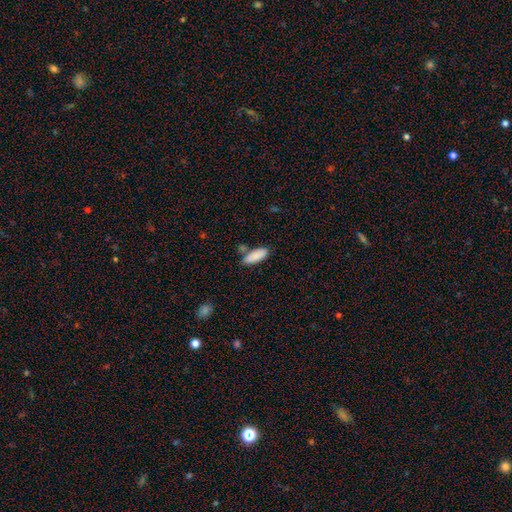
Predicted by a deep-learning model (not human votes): Overall: smooth (88%). How rounded: in between (74%). Merging: none (70%).